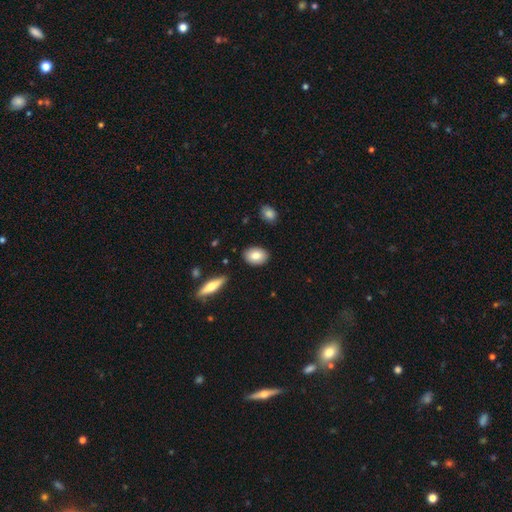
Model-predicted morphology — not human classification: smooth-or-featured: smooth: 82% | featured or disk: 12% | star or artifact: 6%
  how-rounded: in between: 82% | round: 16% | cigar-shaped: 2%
  merging: none: 88% | minor disturbance: 9% | merger: 2% | major disturbance: 2%